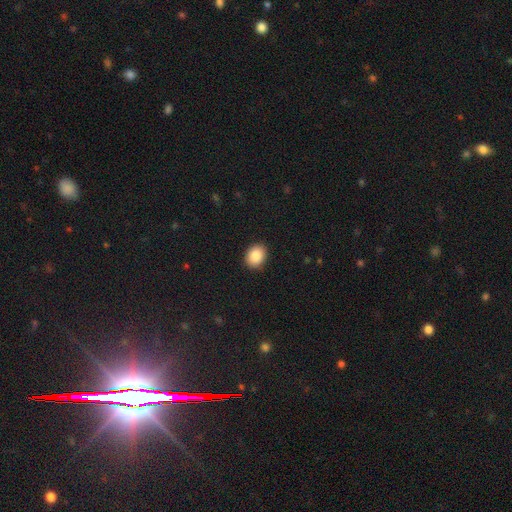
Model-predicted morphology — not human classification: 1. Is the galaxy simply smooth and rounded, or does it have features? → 87% smooth, 8% star or artifact, 5% featured or disk.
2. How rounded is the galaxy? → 57% in between, 42% round, 1% cigar-shaped.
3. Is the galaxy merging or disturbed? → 91% none, 6% minor disturbance, 2% major disturbance, 1% merger.